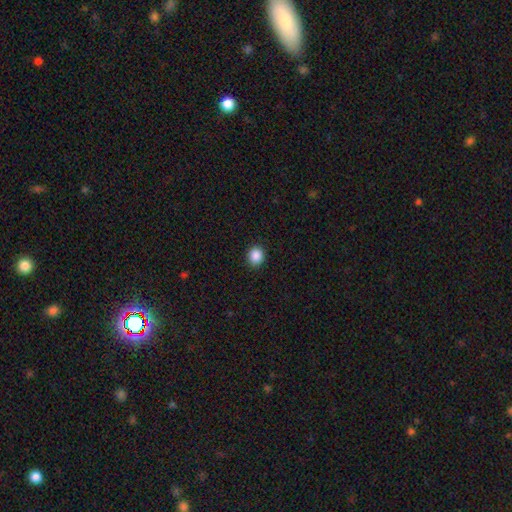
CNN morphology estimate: A smooth galaxy with no disk features (88%) that is round (81%). Merging: none (90%).